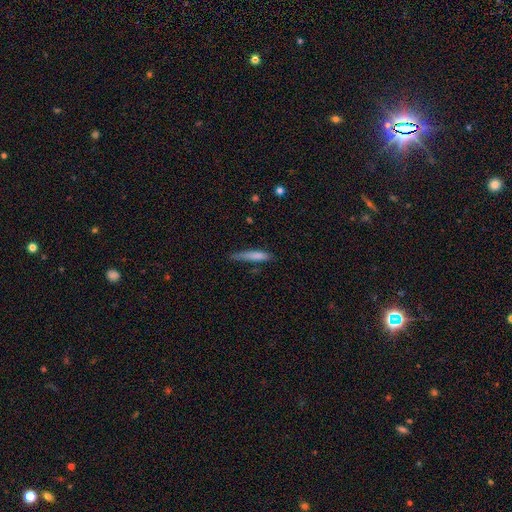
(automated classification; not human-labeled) Q: Smooth or featured?
A: smooth (77%); runner-up: featured or disk (17%)
Q: How rounded?
A: cigar-shaped (88%); runner-up: in between (10%)
Q: Merging?
A: none (58%); runner-up: minor disturbance (31%)